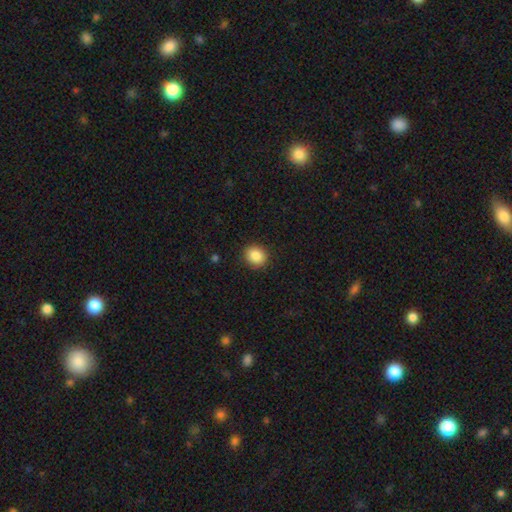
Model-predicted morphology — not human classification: Smooth or featured? Predicted: smooth (p=0.87). How rounded? Predicted: round (p=0.74). Merging? Predicted: none (p=0.89).